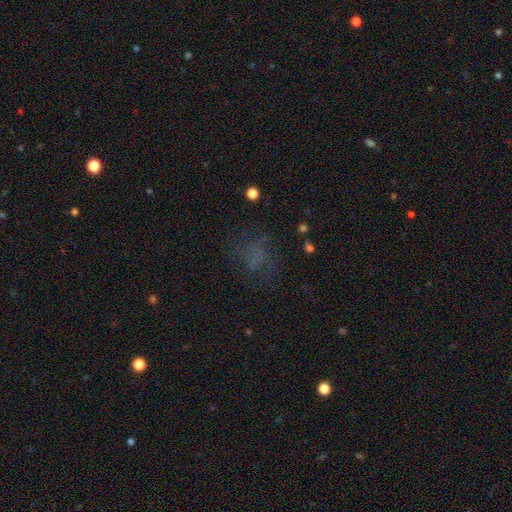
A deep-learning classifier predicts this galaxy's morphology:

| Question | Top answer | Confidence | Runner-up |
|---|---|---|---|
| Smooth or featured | smooth | 49% | star or artifact (28%) |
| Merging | none | 60% | major disturbance (20%) |